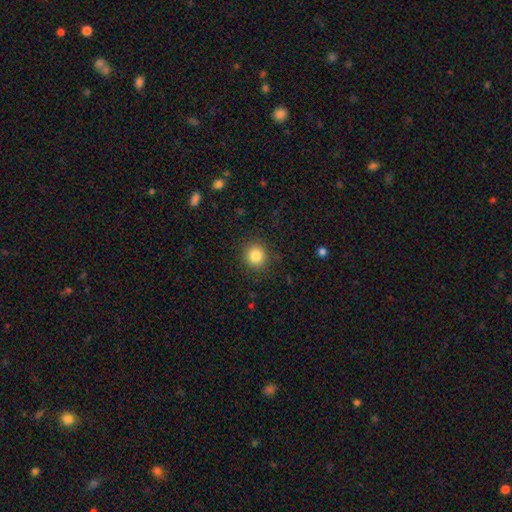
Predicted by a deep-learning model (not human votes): Smooth or featured? Predicted: smooth (p=0.83). How rounded? Predicted: round (p=0.88). Merging? Predicted: none (p=0.89).